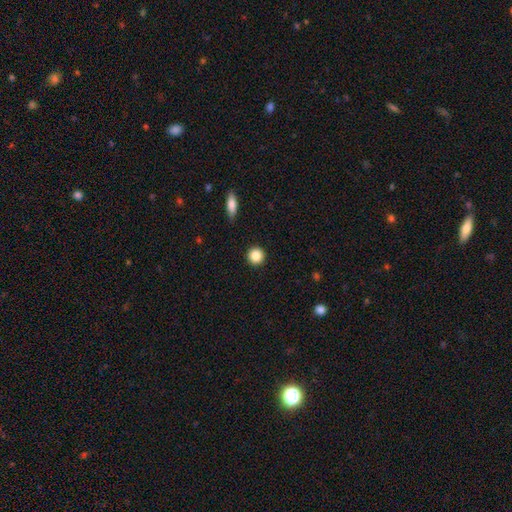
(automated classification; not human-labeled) A smooth galaxy with no disk features (87%) that is round (95%). Merging: none (92%).